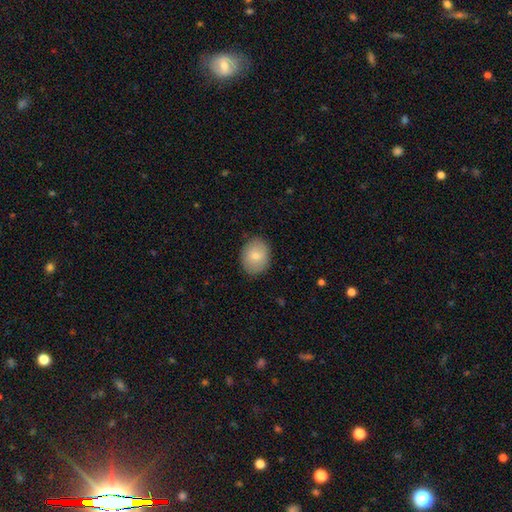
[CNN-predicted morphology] smooth 78%, featured or disk 15%, star or artifact 7%. Down the decision tree: how rounded — in between (51%); merging — none (85%).